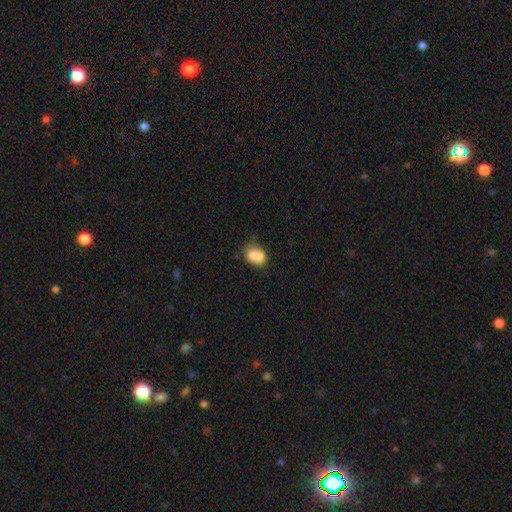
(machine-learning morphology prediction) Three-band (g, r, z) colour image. It shows a smooth galaxy with no disk features (75%) that is in between round and cigar-shaped (65%). Merging: none (37%).